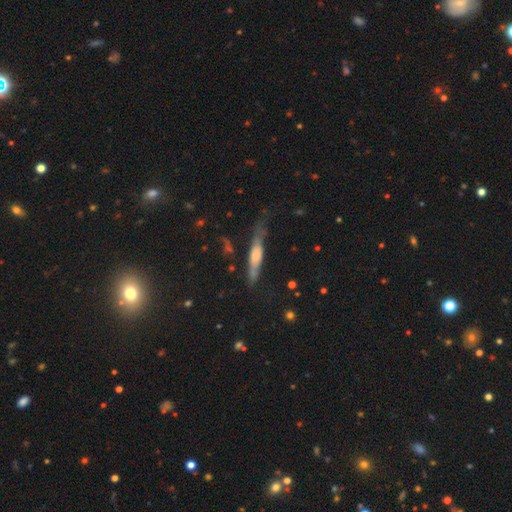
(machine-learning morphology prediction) Smooth or featured? Predicted: smooth (p=0.48). Merging? Predicted: none (p=0.51).